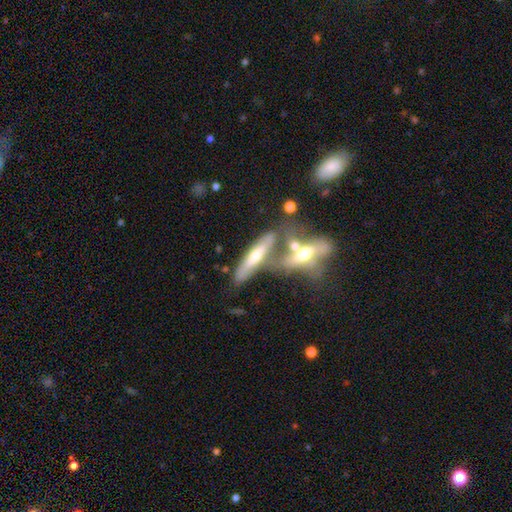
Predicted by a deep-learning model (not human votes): A featured or disk galaxy (59%) viewed edge-on (71%).

Vote fractions:
- Smooth or featured? featured or disk: 59% / smooth: 32% / star or artifact: 9%
- Edge-on disk? yes: 71% / no: 29%
- Merging? merger: 50% / none: 32% / minor disturbance: 11% / major disturbance: 6%